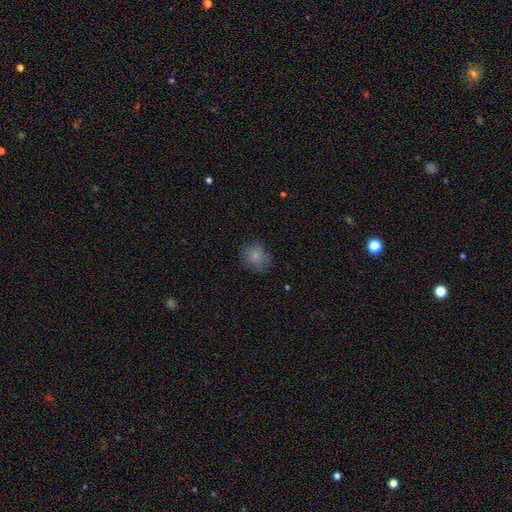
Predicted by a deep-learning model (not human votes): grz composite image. It shows a smooth galaxy with no disk features (80%) that is round (59%). Merging: none (74%).